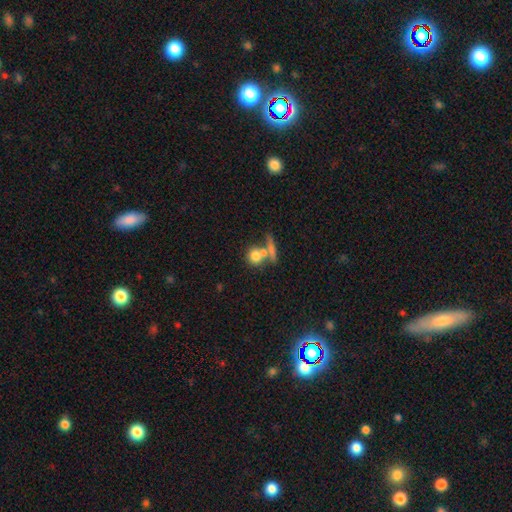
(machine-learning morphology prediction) The model was most divided on "merging": none: 45%, merger: 39%, minor disturbance: 9%, major disturbance: 6%. More confident: smooth or featured — smooth (75%); how rounded — round (73%).